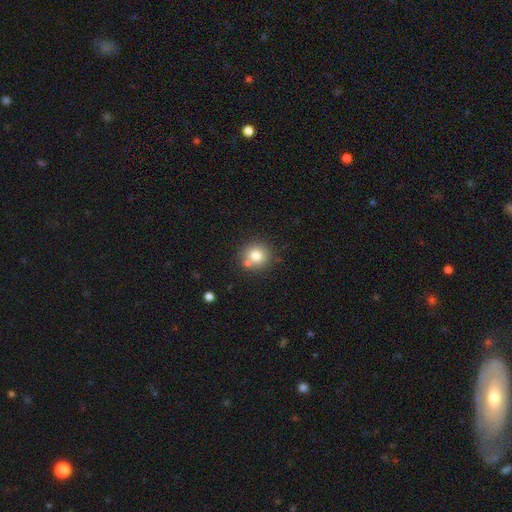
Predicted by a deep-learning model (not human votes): This appears to be a smooth galaxy with no disk features (77%) that is round (91%). Merging: none (73%).